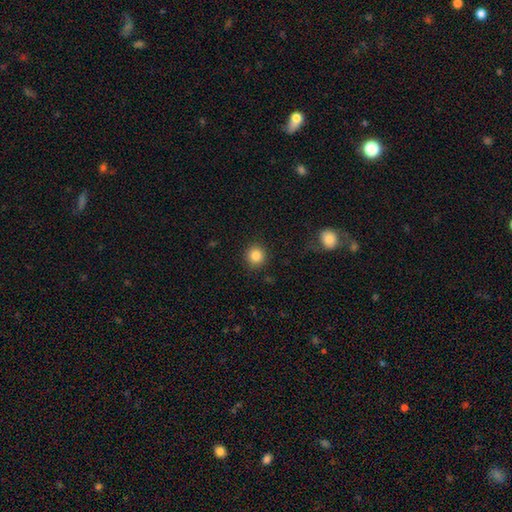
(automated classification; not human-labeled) This is clearly a smooth galaxy (85%). How rounded: clearly round (93%). Merging: clearly none (90%).